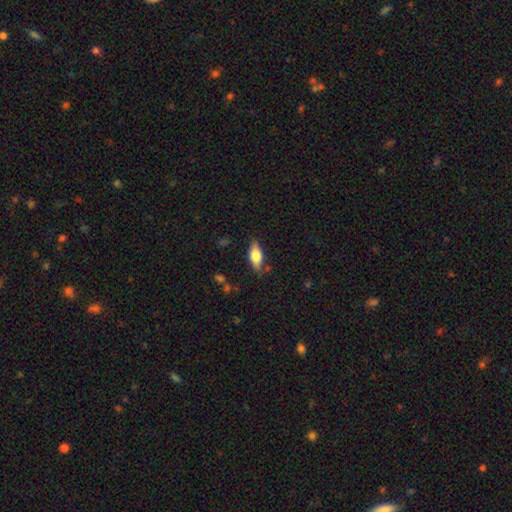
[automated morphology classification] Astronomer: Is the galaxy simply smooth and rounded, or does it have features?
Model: smooth — 62%.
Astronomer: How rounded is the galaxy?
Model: in between — 77%.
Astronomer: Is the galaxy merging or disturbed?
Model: none — 78%.